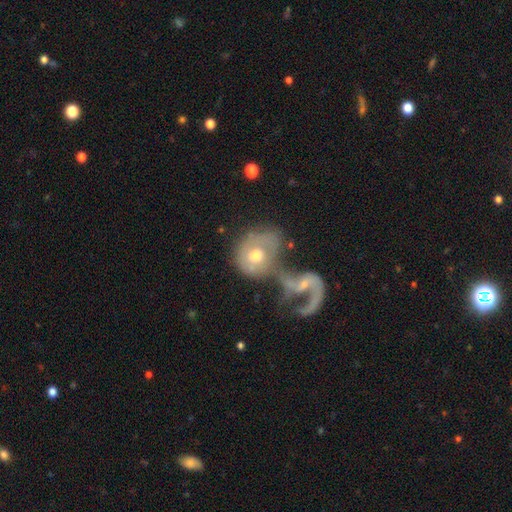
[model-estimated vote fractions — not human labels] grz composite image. It shows a featured or disk galaxy (52%). Merging: merger (58%).